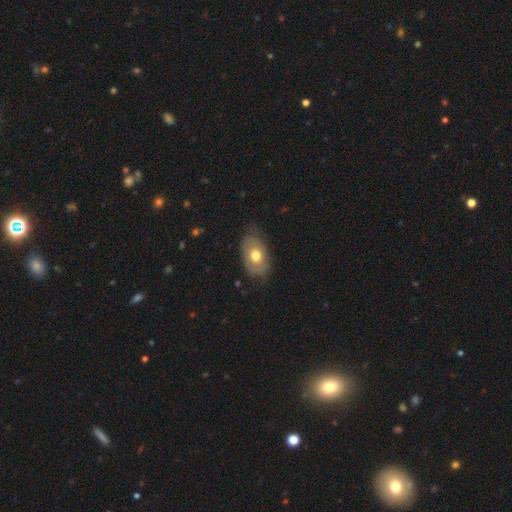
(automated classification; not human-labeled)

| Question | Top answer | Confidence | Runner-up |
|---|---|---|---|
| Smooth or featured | smooth | 58% | featured or disk (35%) |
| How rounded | in between | 87% | round (12%) |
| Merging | none | 67% | minor disturbance (25%) |